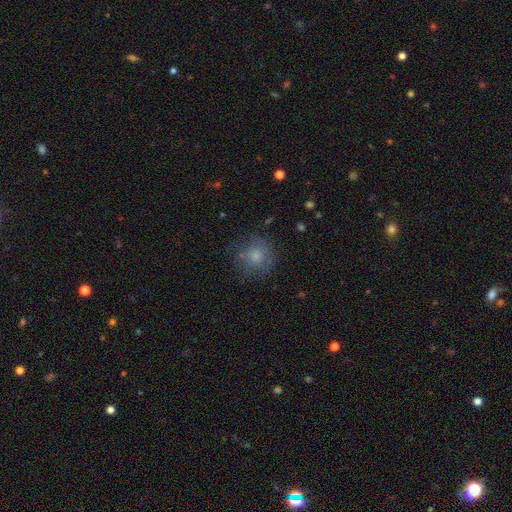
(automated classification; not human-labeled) smooth_or_featured: smooth (p=0.77) [alt: featured or disk p=0.13]
how_rounded: round (p=0.90) [alt: in between p=0.09]
merging: none (p=0.72) [alt: minor disturbance p=0.17]